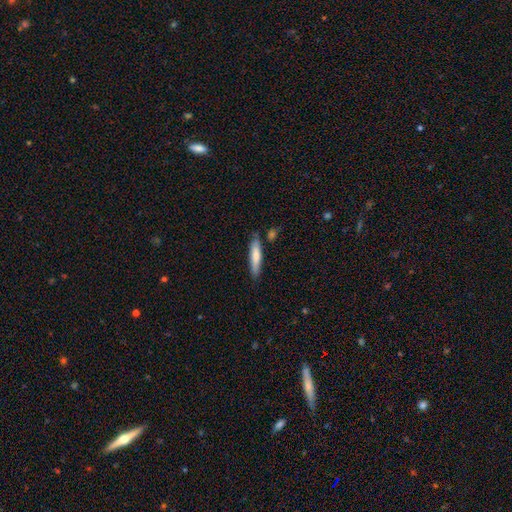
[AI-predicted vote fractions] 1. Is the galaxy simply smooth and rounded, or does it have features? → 73% smooth, 22% featured or disk, 6% star or artifact.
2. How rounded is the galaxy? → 85% cigar-shaped, 14% in between, 1% round.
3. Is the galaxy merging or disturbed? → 79% none, 13% minor disturbance, 5% merger, 3% major disturbance.